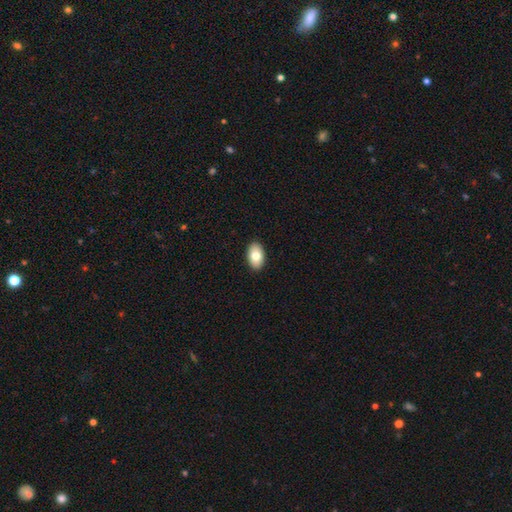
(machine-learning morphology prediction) The model was most divided on "smooth or featured": smooth: 78%, featured or disk: 15%, star or artifact: 7%. More confident: how rounded — in between (92%); merging — none (91%).